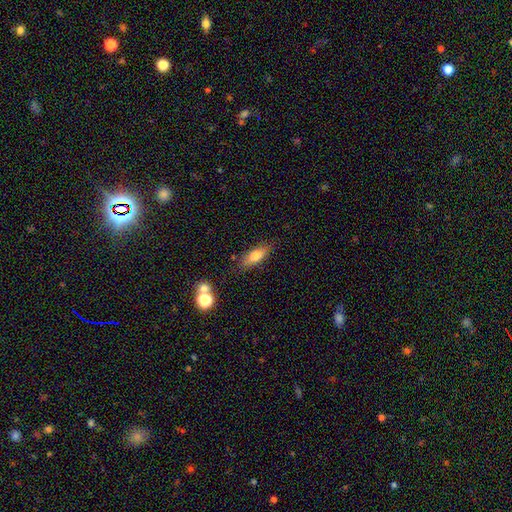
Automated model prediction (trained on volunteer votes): Q: Smooth or featured?
A: smooth (73%); runner-up: featured or disk (18%)
Q: How rounded?
A: in between (67%); runner-up: cigar-shaped (29%)
Q: Merging?
A: none (78%); runner-up: minor disturbance (14%)